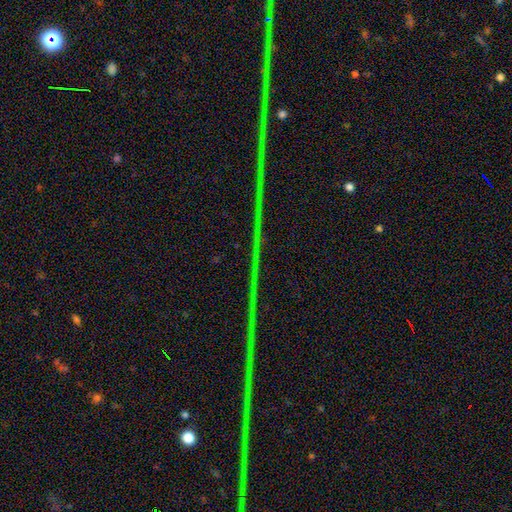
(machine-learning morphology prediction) type=star or artifact (89%).